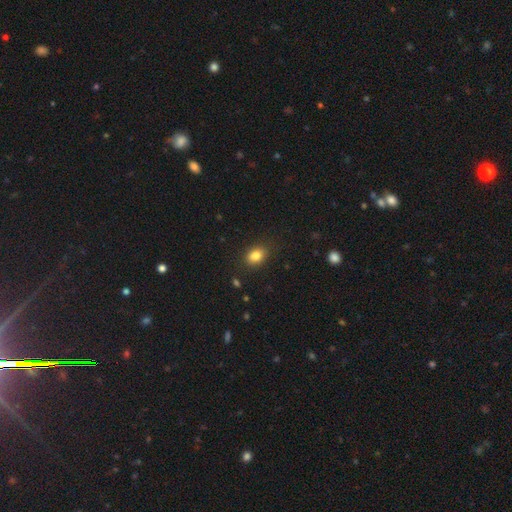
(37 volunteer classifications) smooth-or-featured: smooth: 89% | star or artifact: 8% | featured or disk: 3%
  how-rounded: in between: 67% | round: 30% | cigar-shaped: 3%
  merging: none: 88% | minor disturbance: 9% | major disturbance: 3% | merger: 0%